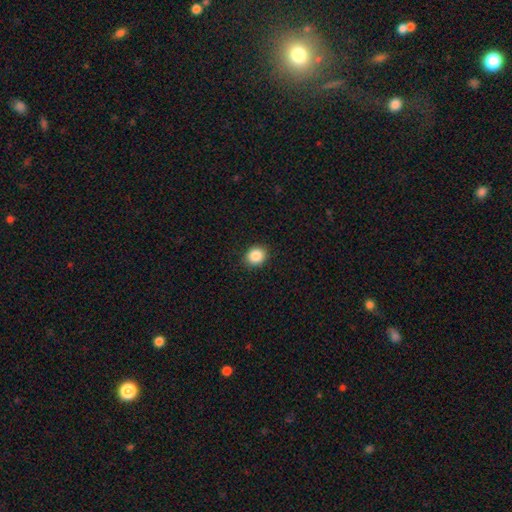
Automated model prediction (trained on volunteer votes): Overall: smooth (88%). How rounded: round (68%; in between 31%). Merging: none (90%).